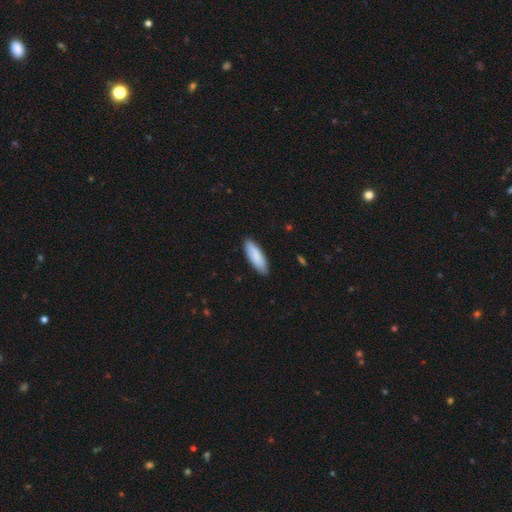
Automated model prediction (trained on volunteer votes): Q: Smooth or featured?
A: smooth (87%); runner-up: featured or disk (8%)
Q: How rounded?
A: in between (56%); runner-up: cigar-shaped (42%)
Q: Merging?
A: none (88%); runner-up: minor disturbance (10%)